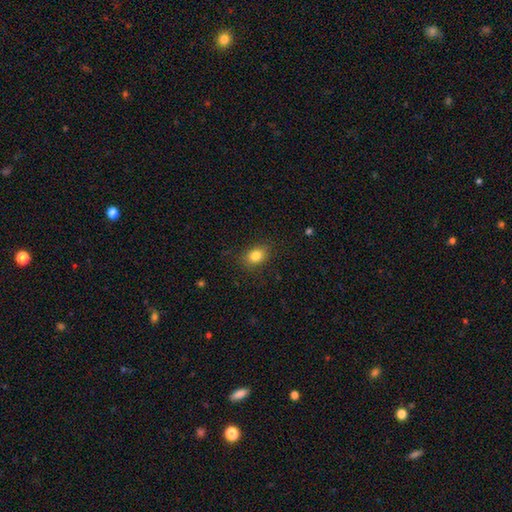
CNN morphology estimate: Overall: smooth (83%). How rounded: in between (65%; round 34%). Merging: none (84%).